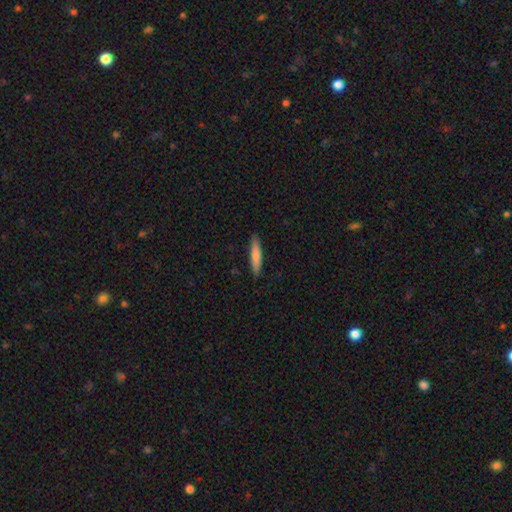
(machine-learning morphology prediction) smooth 75%, featured or disk 19%, star or artifact 6%. Down the decision tree: how rounded — cigar-shaped (88%); merging — none (89%).